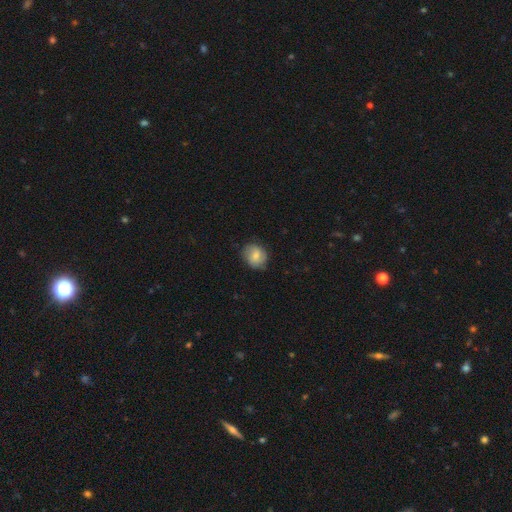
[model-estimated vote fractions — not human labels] This is likely a smooth galaxy (68%). How rounded: likely round (70%). Merging: likely none (76%).